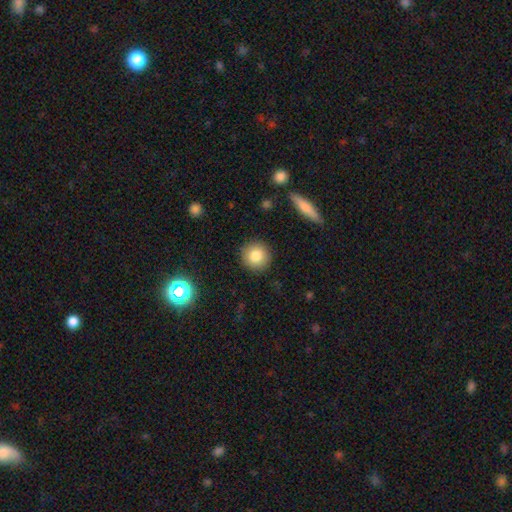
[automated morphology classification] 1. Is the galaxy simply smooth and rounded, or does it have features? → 82% smooth, 9% star or artifact, 9% featured or disk.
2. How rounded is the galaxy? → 93% round, 6% in between, 1% cigar-shaped.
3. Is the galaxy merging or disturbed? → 91% none, 6% minor disturbance, 2% major disturbance, 1% merger.